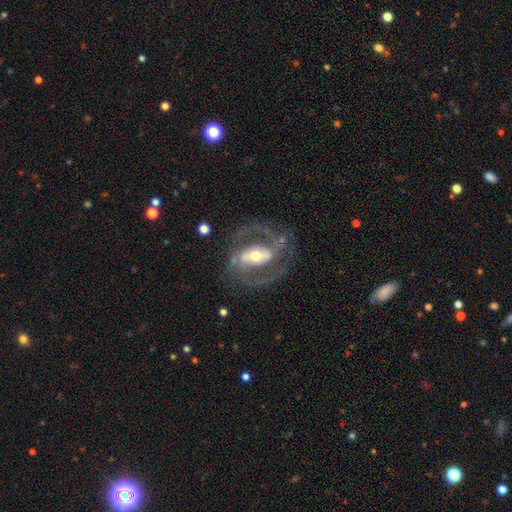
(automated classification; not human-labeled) A featured or disk galaxy (87%) with a strong bar (54%), 2 (87%) medium (56%) spiral arms (91%) and a moderate central bulge (61%).

Vote fractions:
- Smooth or featured? featured or disk: 87% / smooth: 8% / star or artifact: 5%
- Edge-on disk? no: 96% / yes: 4%
- Bar? strong: 54% / weak: 30% / no: 16%
- Spiral arms? yes: 91% / no: 9%
- Spiral winding? medium: 56% / tight: 26% / loose: 18%
- Spiral arm count? 2: 87% / can't tell: 5% / 3: 3% / 1: 3% / 4: 1% / more than 4: 1%
- Bulge size? moderate: 61% / small: 27% / large: 10% / dominant: 1% / none: 1%
- Merging? none: 71% / minor disturbance: 15% / major disturbance: 12% / merger: 2%